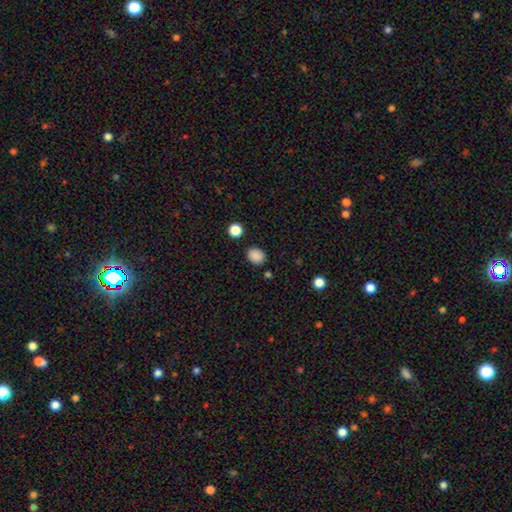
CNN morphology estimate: smooth_or_featured: smooth (p=0.87) [alt: star or artifact p=0.10]
how_rounded: in between (p=0.50) [alt: round p=0.49]
merging: none (p=0.85) [alt: minor disturbance p=0.10]